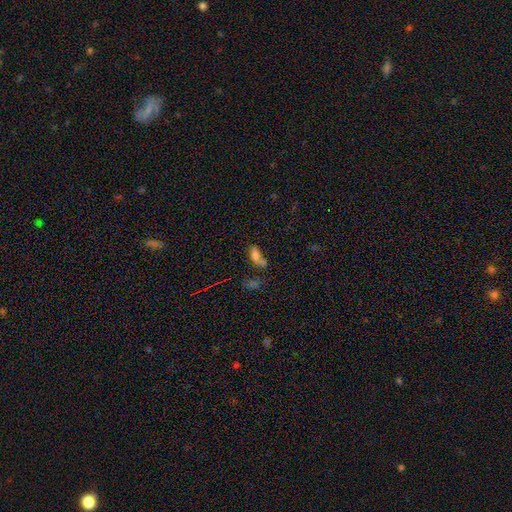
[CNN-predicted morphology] This is likely a smooth galaxy (68%). How rounded: likely in between (79%). Merging: marginally merger (39%).